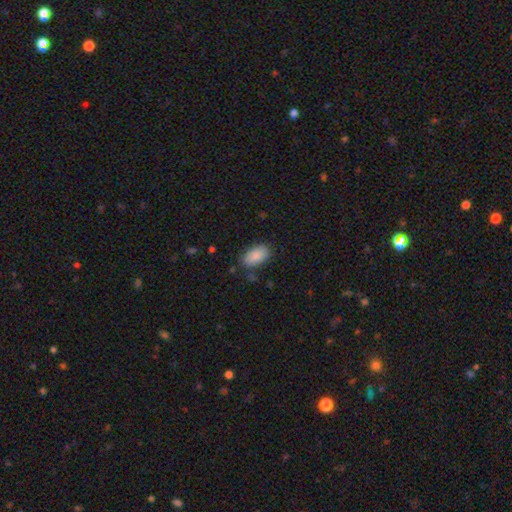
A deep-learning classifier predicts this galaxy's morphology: This appears to be a smooth galaxy with no disk features (86%) that is in between round and cigar-shaped (93%). Merging: none (78%).